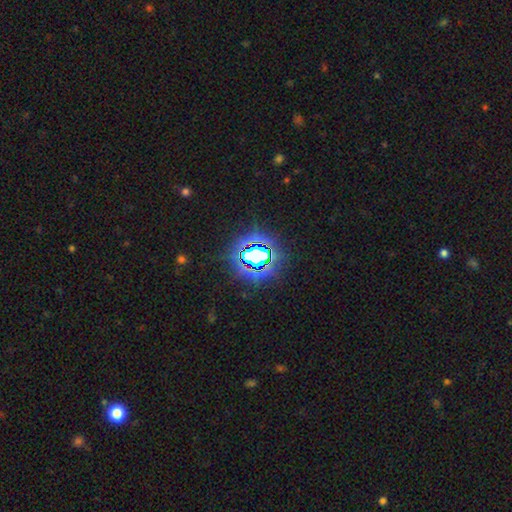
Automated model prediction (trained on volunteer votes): star or artifact 75%, smooth 15%, featured or disk 11%.